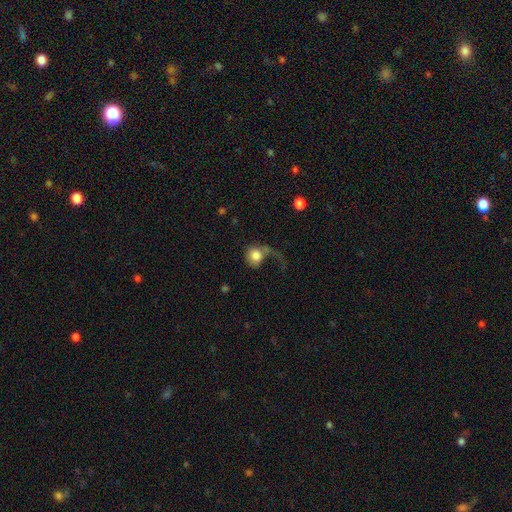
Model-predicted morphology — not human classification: smooth 66%, featured or disk 25%, star or artifact 8%. Down the decision tree: how rounded — round (71%); merging — major disturbance (57%).